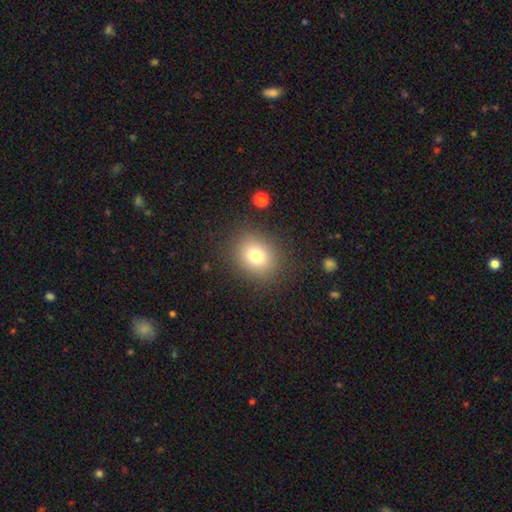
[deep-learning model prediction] Smooth or featured: smooth — 77% (star or artifact — 13%)
How rounded: round — 64% (in between — 35%)
Merging: none — 85% (minor disturbance — 9%)